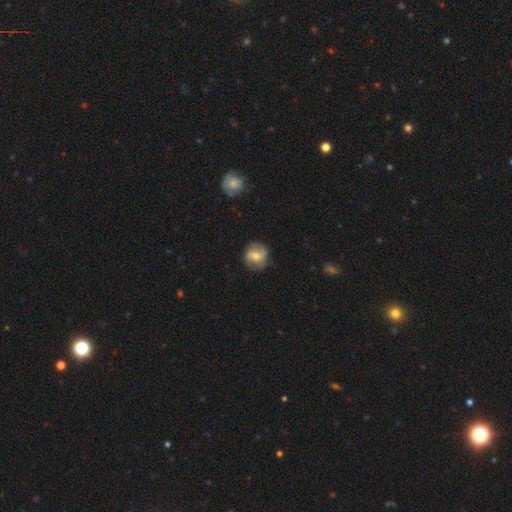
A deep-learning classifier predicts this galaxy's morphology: Q: Smooth or featured?
A: smooth (46%); tied with: featured or disk (46%)
Q: Merging?
A: none (78%); runner-up: minor disturbance (16%)